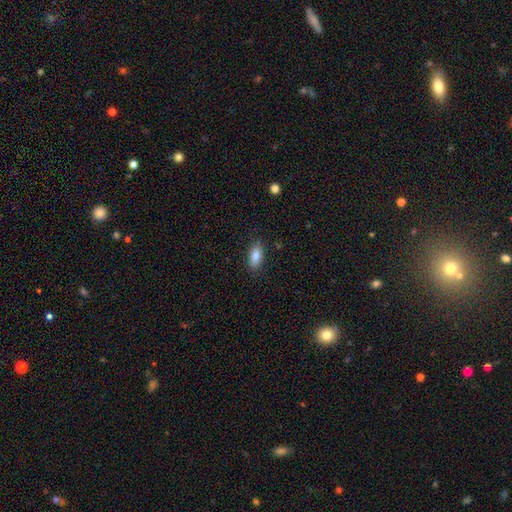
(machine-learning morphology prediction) smooth_or_featured: smooth (p=0.84) [alt: featured or disk p=0.08]
how_rounded: in between (p=0.86) [alt: cigar-shaped p=0.10]
merging: none (p=0.87) [alt: minor disturbance p=0.10]